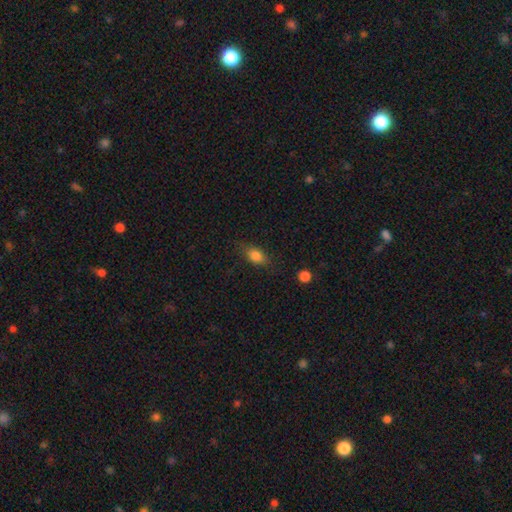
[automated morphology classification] Smooth or featured?
  - smooth: 83% *
  - star or artifact: 9%
  - featured or disk: 8%
How rounded?
  - in between: 80% *
  - round: 15%
  - cigar-shaped: 5%
Merging?
  - none: 75% *
  - minor disturbance: 18%
  - major disturbance: 5%
  - merger: 2%